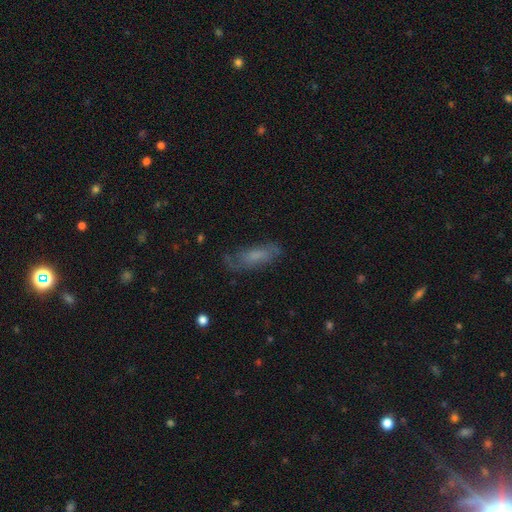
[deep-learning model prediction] A smooth galaxy with no disk features (51%) that is in between round and cigar-shaped (63%).

Vote fractions:
- Smooth or featured? smooth: 51% / featured or disk: 39% / star or artifact: 11%
- How rounded? in between: 63% / cigar-shaped: 35% / round: 3%
- Merging? none: 64% / minor disturbance: 23% / major disturbance: 11% / merger: 2%